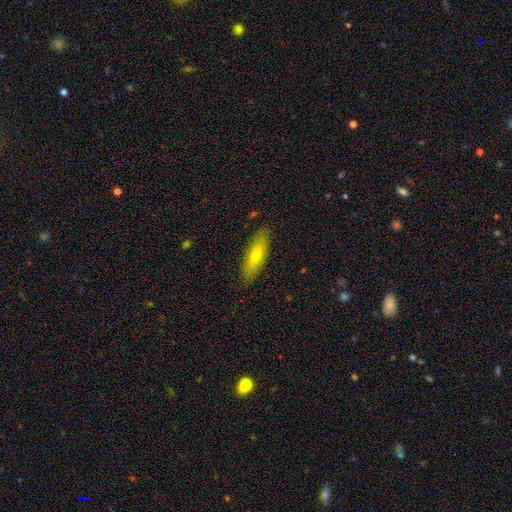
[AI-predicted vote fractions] Overall: smooth (64%; featured or disk 30%). How rounded: in between (50%; cigar-shaped 48%). Merging: none (85%).